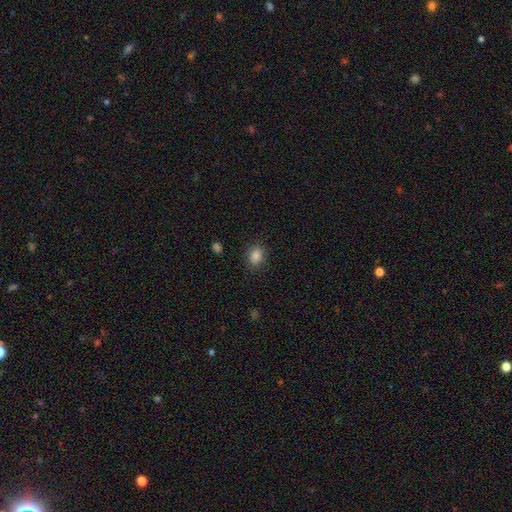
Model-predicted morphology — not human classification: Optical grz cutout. It shows a smooth galaxy with no disk features (85%) that is in between round and cigar-shaped (70%). Merging: none (85%).